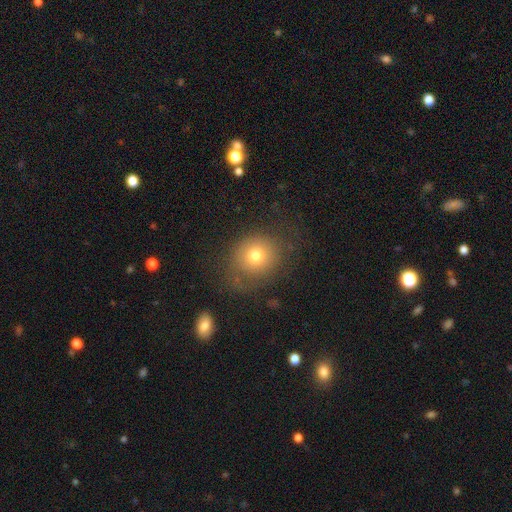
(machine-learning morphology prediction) Smooth or featured? Predicted: smooth (p=0.71). How rounded? Predicted: round (p=0.78). Merging? Predicted: none (p=0.62).